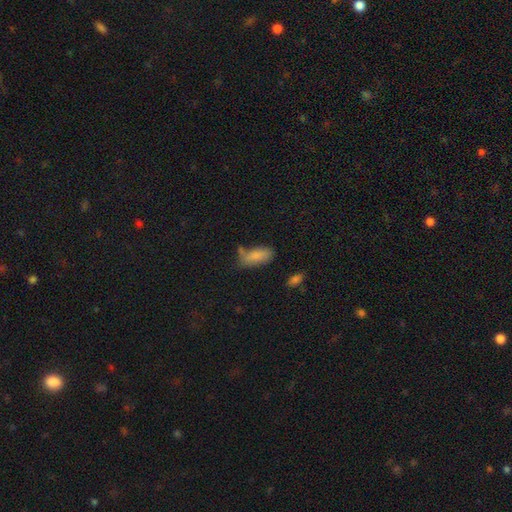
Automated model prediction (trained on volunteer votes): smooth-or-featured: smooth: 83% | featured or disk: 9% | star or artifact: 8%
  how-rounded: in between: 88% | cigar-shaped: 10% | round: 2%
  merging: none: 52% | minor disturbance: 28% | merger: 12% | major disturbance: 9%